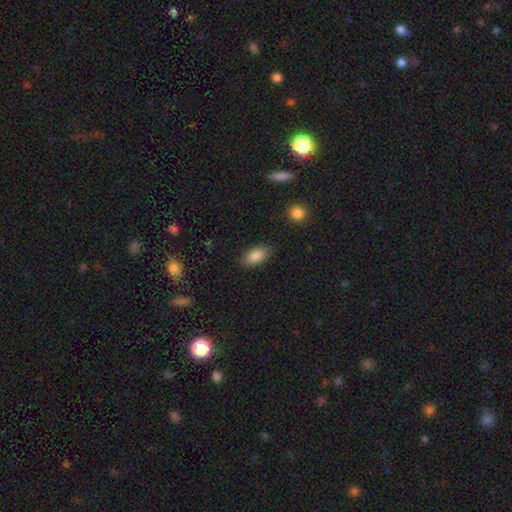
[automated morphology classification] Smooth or featured: smooth — 86% (star or artifact — 8%)
How rounded: in between — 90% (cigar-shaped — 6%)
Merging: none — 84% (minor disturbance — 12%)